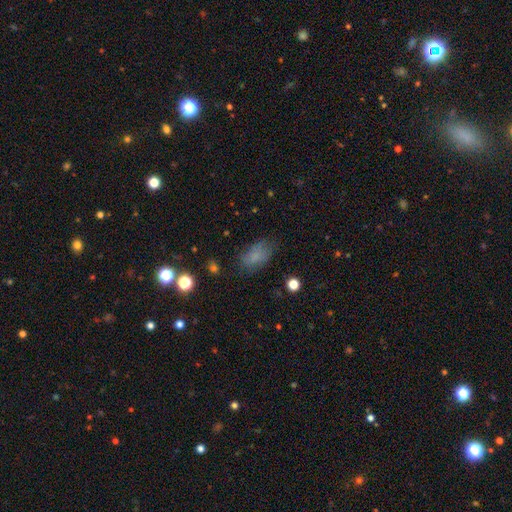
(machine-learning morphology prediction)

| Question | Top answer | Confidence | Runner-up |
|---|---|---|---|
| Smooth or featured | smooth | 73% | star or artifact (14%) |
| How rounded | in between | 89% | round (7%) |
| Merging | none | 64% | minor disturbance (23%) |